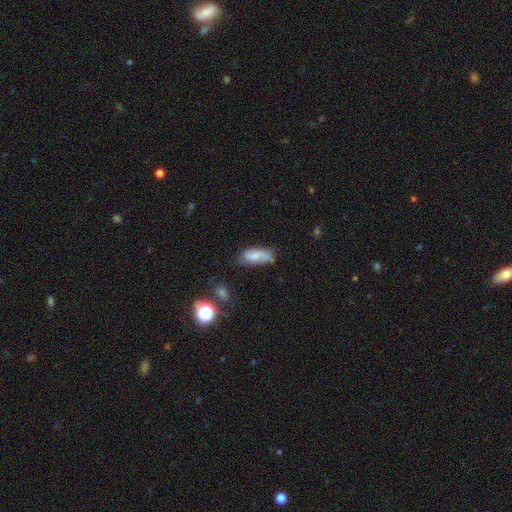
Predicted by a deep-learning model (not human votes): smooth 68%, featured or disk 24%, star or artifact 8%. Down the decision tree: how rounded — in between (80%); merging — none (57%).